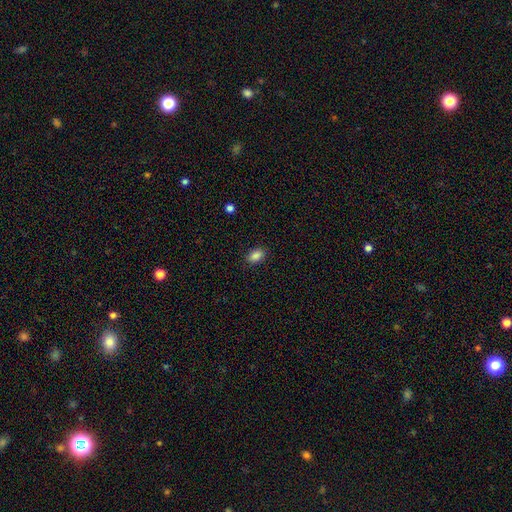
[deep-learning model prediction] Smooth or featured?
  - smooth: 88% *
  - star or artifact: 9%
  - featured or disk: 4%
How rounded?
  - in between: 87% *
  - round: 11%
  - cigar-shaped: 2%
Merging?
  - none: 88% *
  - minor disturbance: 9%
  - major disturbance: 2%
  - merger: 1%